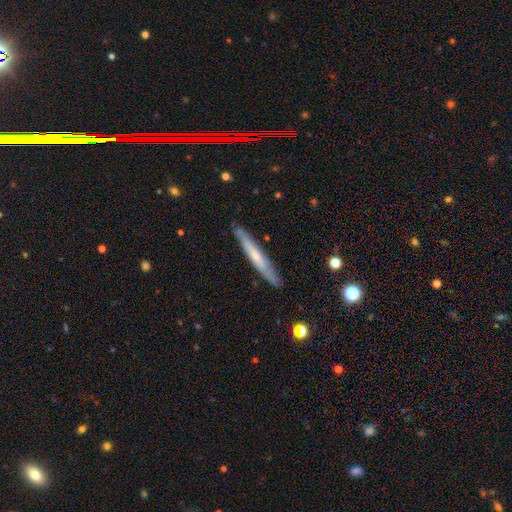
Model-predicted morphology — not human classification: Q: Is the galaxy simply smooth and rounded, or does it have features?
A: featured or disk — 53%.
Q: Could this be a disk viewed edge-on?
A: yes — 87%.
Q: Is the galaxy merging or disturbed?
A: none — 87%.